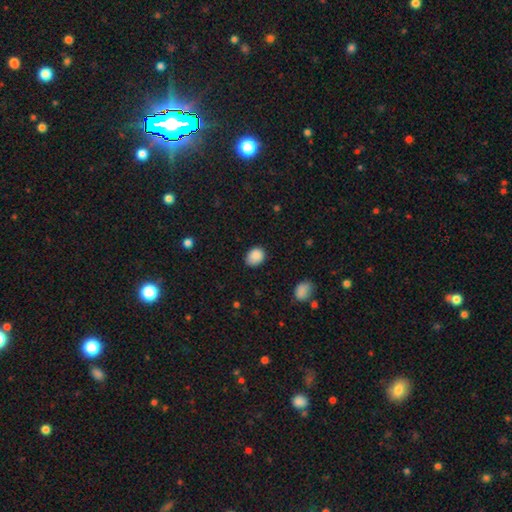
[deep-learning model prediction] A smooth galaxy with no disk features (87%) that is in between round and cigar-shaped (56%).

Vote fractions:
- Smooth or featured? smooth: 87% / star or artifact: 9% / featured or disk: 4%
- How rounded? in between: 56% / round: 43% / cigar-shaped: 1%
- Merging? none: 73% / minor disturbance: 22% / major disturbance: 4% / merger: 1%